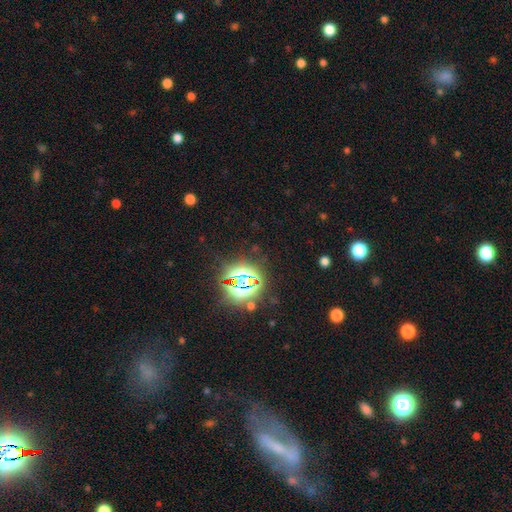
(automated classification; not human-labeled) The model was most divided on "smooth or featured": star or artifact: 76%, smooth: 13%, featured or disk: 11%.